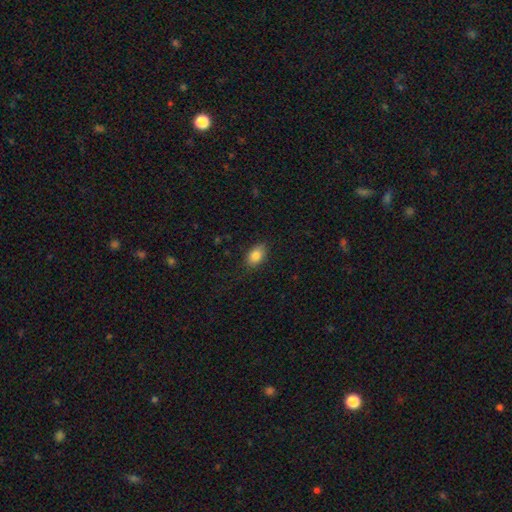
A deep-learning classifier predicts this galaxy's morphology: A smooth galaxy with no disk features (83%) that is in between round and cigar-shaped (85%). Merging: none (82%).